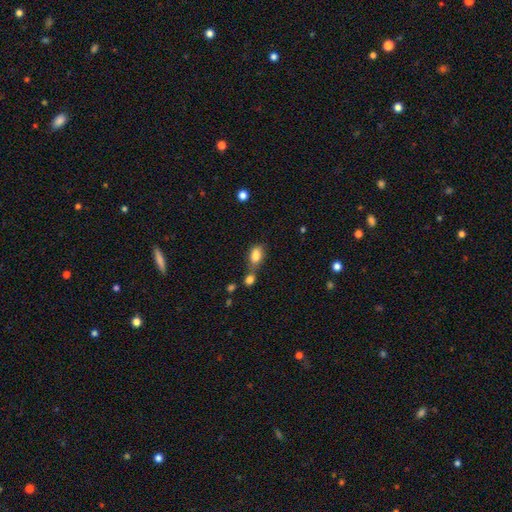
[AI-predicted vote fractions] smooth_or_featured: smooth (p=0.82) [alt: star or artifact p=0.09]
how_rounded: in between (p=0.84) [alt: round p=0.14]
merging: merger (p=0.43) [alt: none p=0.38]